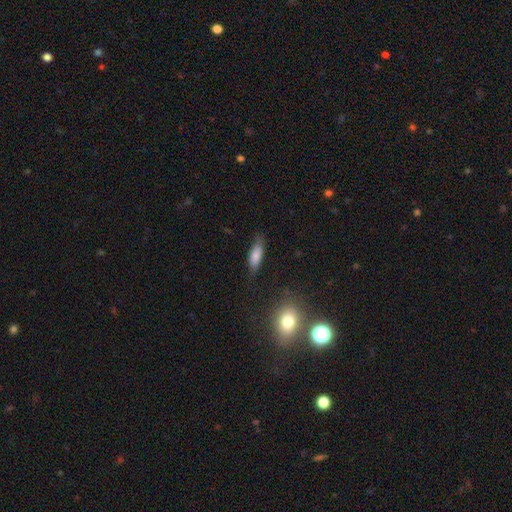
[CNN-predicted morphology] Q: Smooth or featured?
A: smooth (78%); runner-up: featured or disk (14%)
Q: How rounded?
A: in between (60%); runner-up: cigar-shaped (37%)
Q: Merging?
A: none (71%); runner-up: minor disturbance (22%)